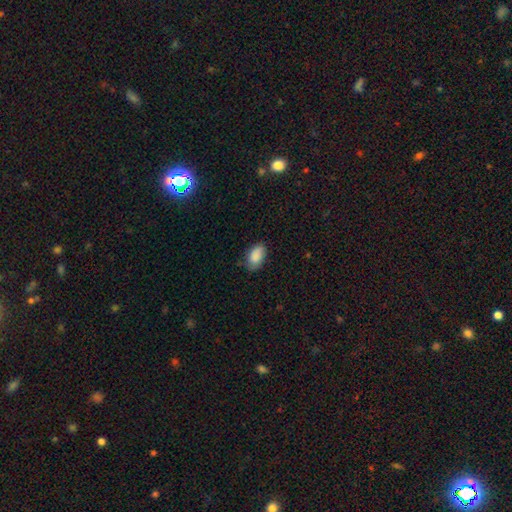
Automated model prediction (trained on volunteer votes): Smooth or featured?
  - smooth: 88% *
  - star or artifact: 7%
  - featured or disk: 6%
How rounded?
  - in between: 92% *
  - round: 6%
  - cigar-shaped: 2%
Merging?
  - none: 70% *
  - minor disturbance: 24%
  - major disturbance: 5%
  - merger: 1%